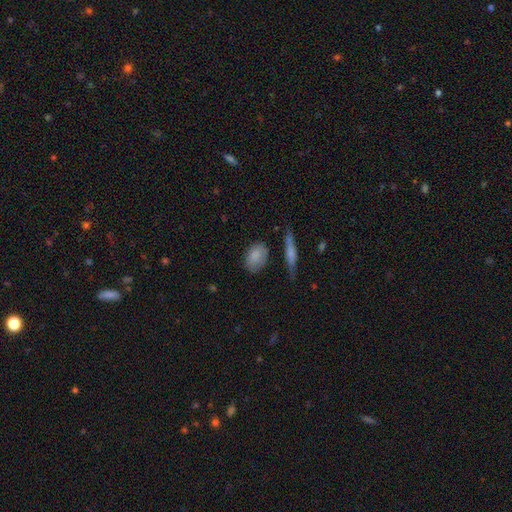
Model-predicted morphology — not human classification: Smooth or featured? smooth (84%)
How rounded? in between (76%)
Merging? none (72%)